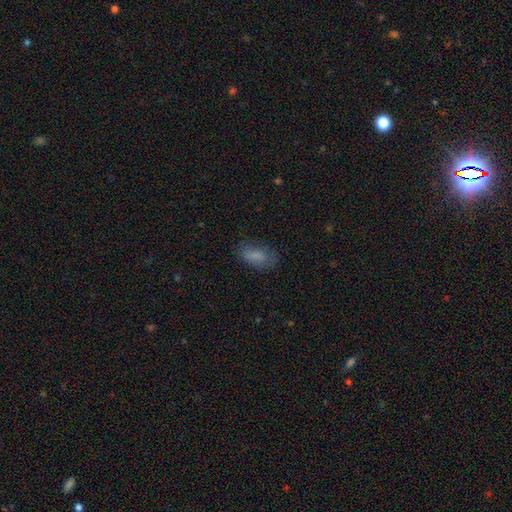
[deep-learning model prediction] A smooth galaxy with no disk features (77%) that is in between round and cigar-shaped (87%). Merging: none (64%).